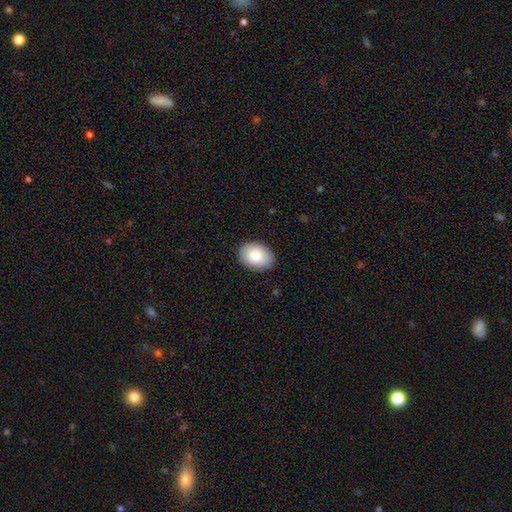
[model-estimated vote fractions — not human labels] This appears to be a smooth galaxy with no disk features (85%) that is in between round and cigar-shaped (76%). Merging: none (87%).